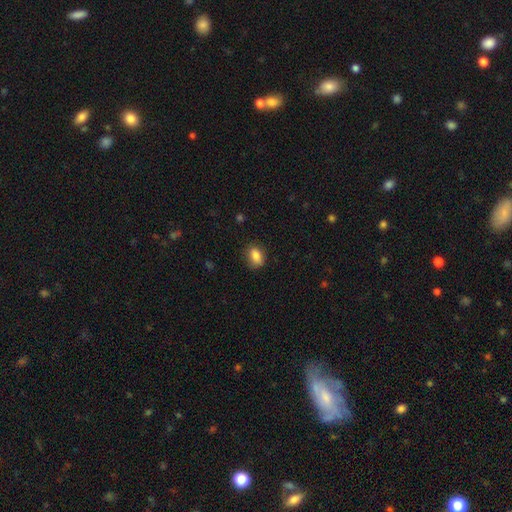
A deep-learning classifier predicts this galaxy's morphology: smooth 84%, star or artifact 9%, featured or disk 7%. Down the decision tree: how rounded — in between (75%); merging — none (79%).